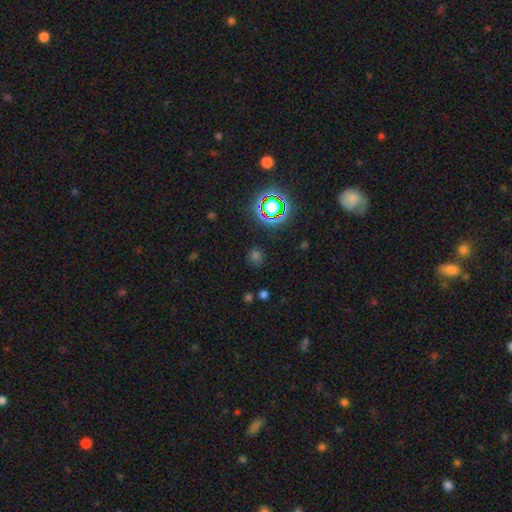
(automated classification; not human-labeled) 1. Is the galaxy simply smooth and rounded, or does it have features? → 48% star or artifact, 45% smooth, 7% featured or disk.